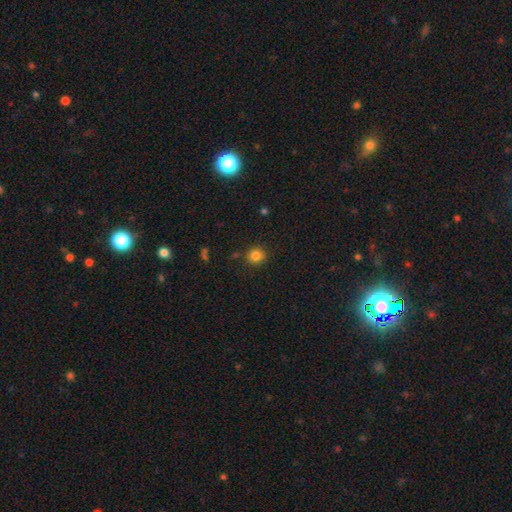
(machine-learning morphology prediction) A smooth galaxy with no disk features (83%) that is round (90%).

Vote fractions:
- Smooth or featured? smooth: 83% / star or artifact: 12% / featured or disk: 5%
- How rounded? round: 90% / in between: 9% / cigar-shaped: 1%
- Merging? none: 86% / minor disturbance: 8% / merger: 3% / major disturbance: 3%